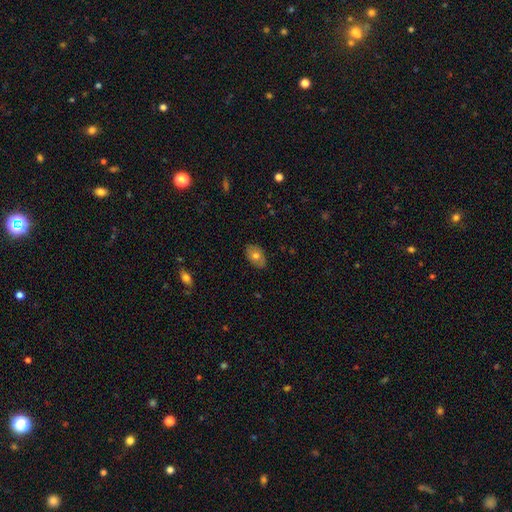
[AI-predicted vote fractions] Smooth or featured? smooth (65%)
How rounded? in between (88%)
Merging? none (83%)